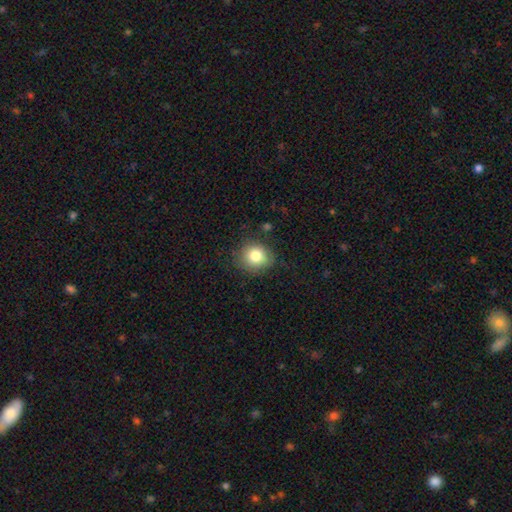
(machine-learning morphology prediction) type=smooth (81%); roundness=round (82%); merging=none (81%).